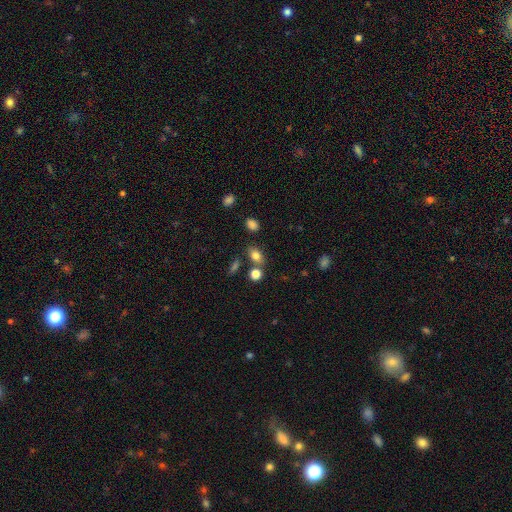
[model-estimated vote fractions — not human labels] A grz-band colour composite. It shows a smooth galaxy with no disk features (79%) that is in between round and cigar-shaped (73%). Merging: none (70%).